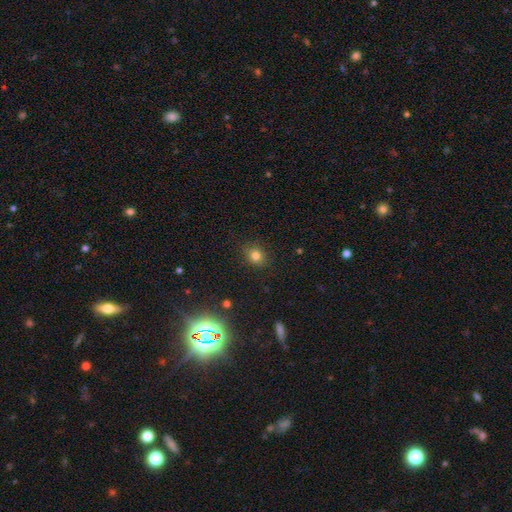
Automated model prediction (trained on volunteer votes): Q: Smooth or featured?
A: smooth (77%); runner-up: star or artifact (16%)
Q: How rounded?
A: round (69%); runner-up: in between (30%)
Q: Merging?
A: none (86%); runner-up: minor disturbance (10%)